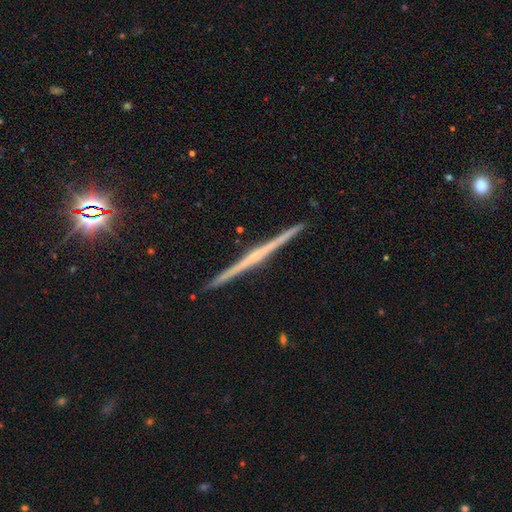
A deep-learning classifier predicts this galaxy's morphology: smooth_or_featured: featured or disk (p=0.79) [alt: smooth p=0.14]
disk_edge_on: yes (p=0.99) [alt: no p=0.01]
edge_on_bulge: none (p=0.49) [alt: rounded p=0.42]
merging: none (p=0.92) [alt: minor disturbance p=0.05]